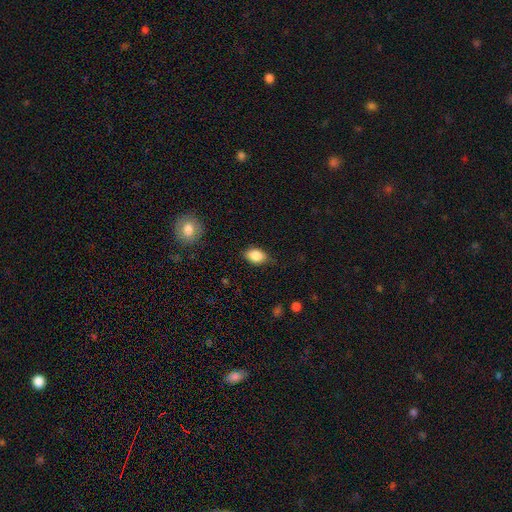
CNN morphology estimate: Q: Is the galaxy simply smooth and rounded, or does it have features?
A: smooth — 85%.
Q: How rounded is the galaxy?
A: in between — 83%.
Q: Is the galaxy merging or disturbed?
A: none — 72%.